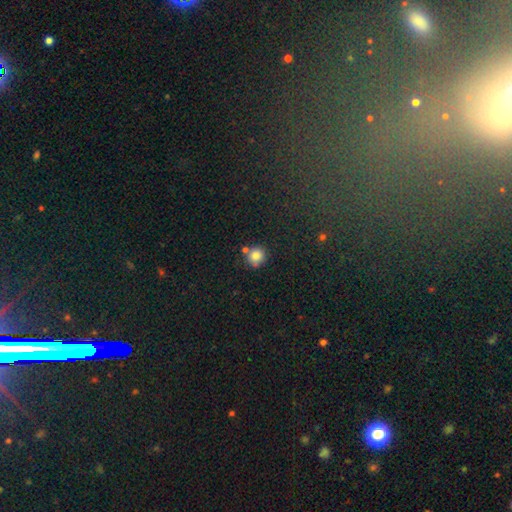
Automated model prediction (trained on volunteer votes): smooth 83%, star or artifact 11%, featured or disk 6%. Down the decision tree: how rounded — round (87%); merging — none (67%).